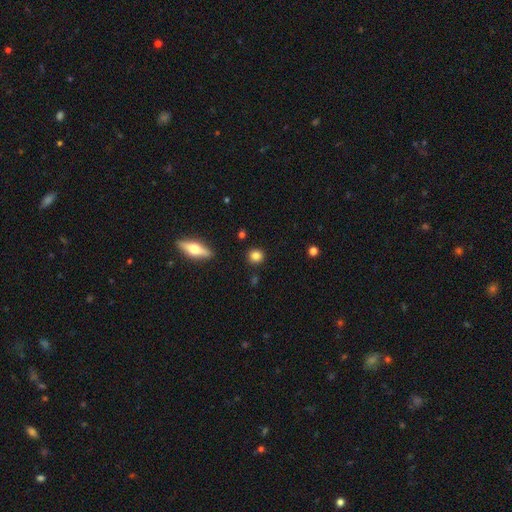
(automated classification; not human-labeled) smooth-or-featured: smooth: 83% | star or artifact: 10% | featured or disk: 7%
  how-rounded: round: 85% | in between: 13% | cigar-shaped: 2%
  merging: none: 89% | minor disturbance: 7% | major disturbance: 2% | merger: 2%